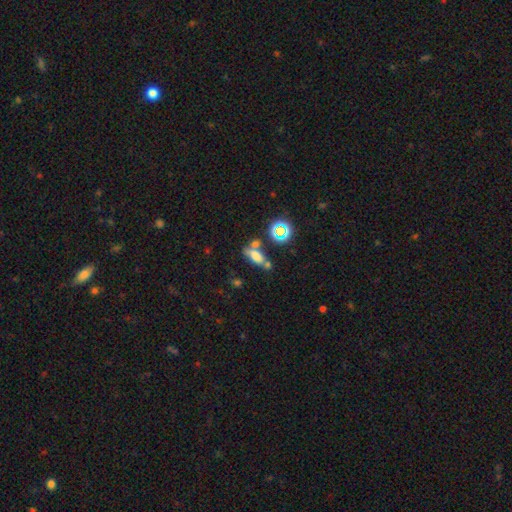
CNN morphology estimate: A smooth galaxy with no disk features (64%) that is in between round and cigar-shaped (70%). Merging: none (46%).